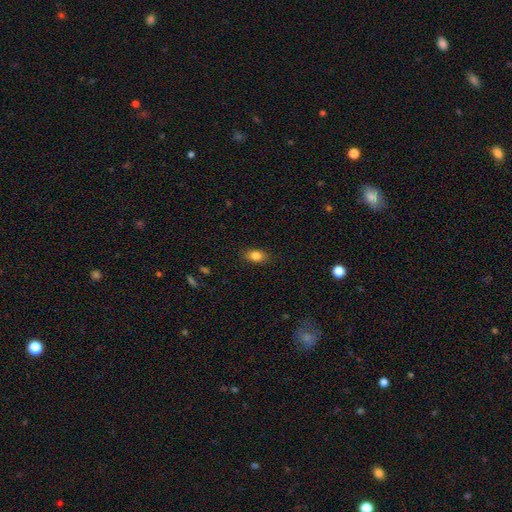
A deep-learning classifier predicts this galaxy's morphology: smooth_or_featured: smooth (p=0.84) [alt: star or artifact p=0.09]
how_rounded: in between (p=0.82) [alt: round p=0.15]
merging: none (p=0.85) [alt: minor disturbance p=0.11]